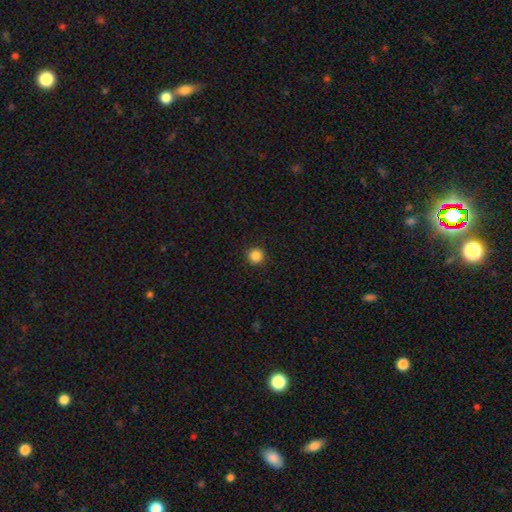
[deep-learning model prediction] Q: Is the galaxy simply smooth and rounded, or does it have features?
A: smooth — 86%.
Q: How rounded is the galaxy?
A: round — 95%.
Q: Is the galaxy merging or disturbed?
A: none — 92%.